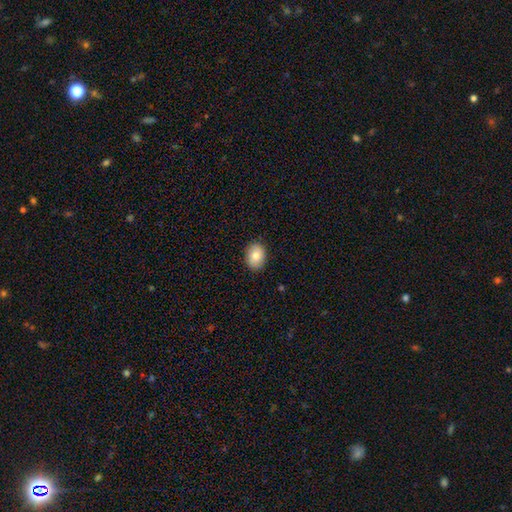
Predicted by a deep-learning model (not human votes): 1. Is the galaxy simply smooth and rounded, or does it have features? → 83% smooth, 9% featured or disk, 7% star or artifact.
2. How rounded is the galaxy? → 67% in between, 32% round, 1% cigar-shaped.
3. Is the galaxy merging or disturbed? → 90% none, 8% minor disturbance, 2% major disturbance, 1% merger.